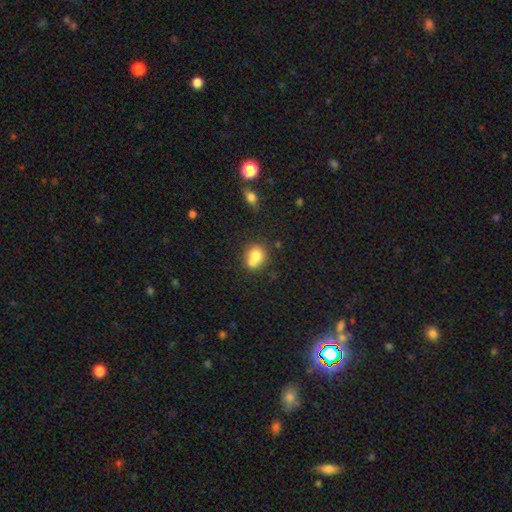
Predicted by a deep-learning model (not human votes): Smooth or featured?
  - smooth: 73% *
  - featured or disk: 17%
  - star or artifact: 10%
How rounded?
  - round: 75% *
  - in between: 24%
  - cigar-shaped: 1%
Merging?
  - merger: 48% *
  - none: 38%
  - minor disturbance: 10%
  - major disturbance: 4%